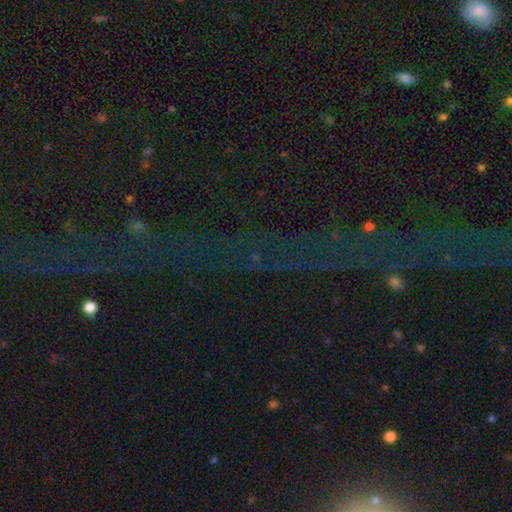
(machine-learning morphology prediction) A star or artifact, not a galaxy (74%).

Vote fractions:
- Smooth or featured? star or artifact: 74% / featured or disk: 14% / smooth: 11%